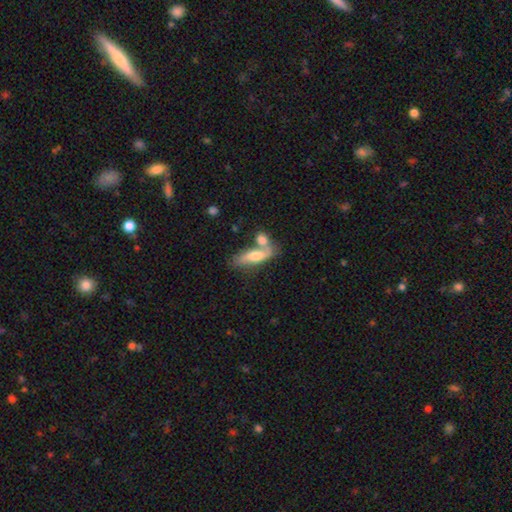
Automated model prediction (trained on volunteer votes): This is likely a smooth galaxy (60%). How rounded: possibly in between (56%). Merging: marginally merger (41%).